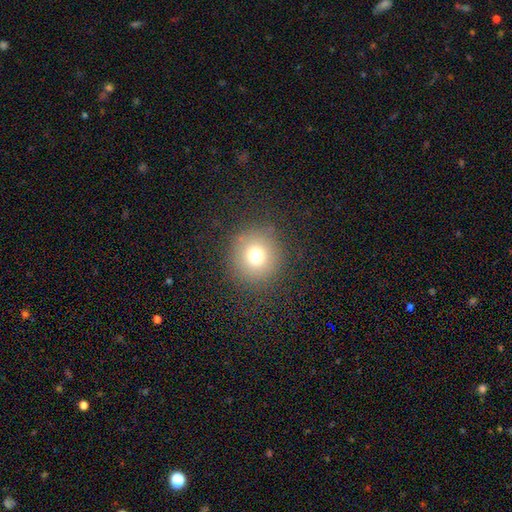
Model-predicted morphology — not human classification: smooth_or_featured: smooth (p=0.72) [alt: star or artifact p=0.17]
how_rounded: round (p=0.93) [alt: in between p=0.06]
merging: none (p=0.87) [alt: minor disturbance p=0.07]